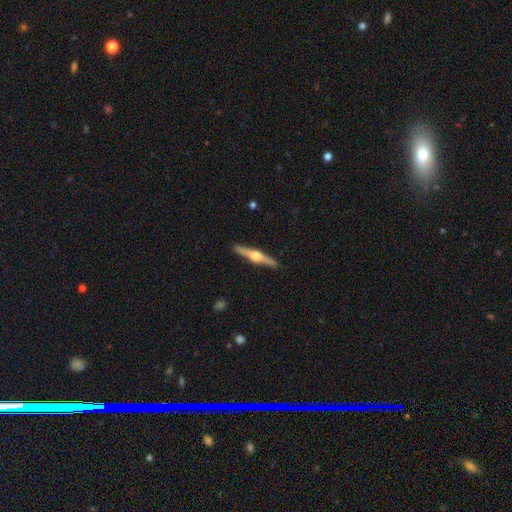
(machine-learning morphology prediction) featured or disk 78%, smooth 17%, star or artifact 5%. Down the decision tree: edge-on disk — yes (98%); edge-on bulge — rounded (95%); merging — none (91%).